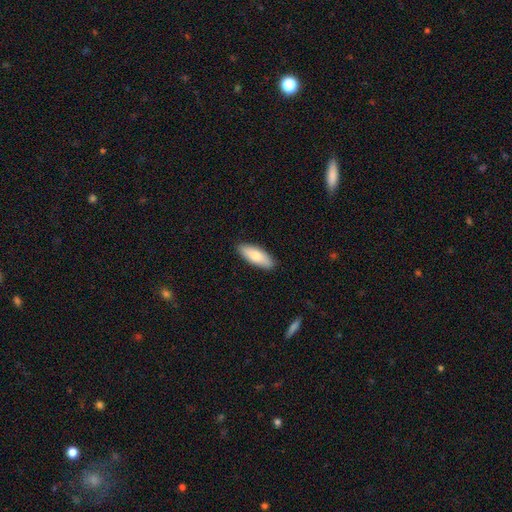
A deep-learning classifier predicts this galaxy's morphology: Smooth or featured: smooth — 79% (featured or disk — 16%)
How rounded: in between — 70% (cigar-shaped — 28%)
Merging: none — 89% (minor disturbance — 8%)